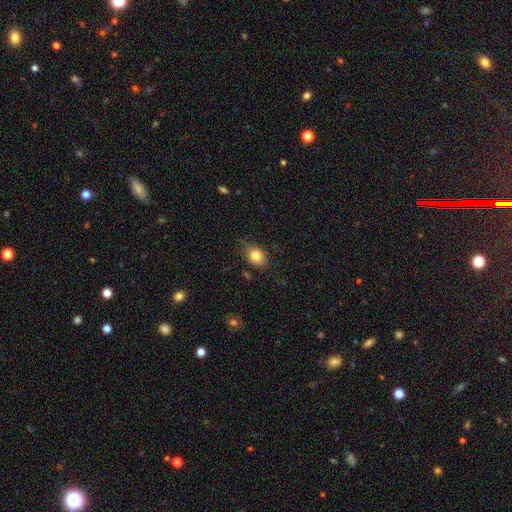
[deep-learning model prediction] Smooth or featured? Predicted: smooth (p=0.82). How rounded? Predicted: in between (p=0.68). Merging? Predicted: none (p=0.75).